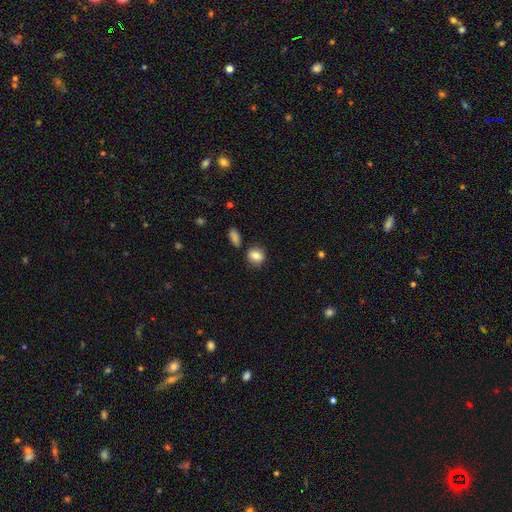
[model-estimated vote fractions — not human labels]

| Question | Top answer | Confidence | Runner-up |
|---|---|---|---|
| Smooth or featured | smooth | 84% | star or artifact (9%) |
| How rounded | round | 58% | in between (40%) |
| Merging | none | 79% | minor disturbance (12%) |